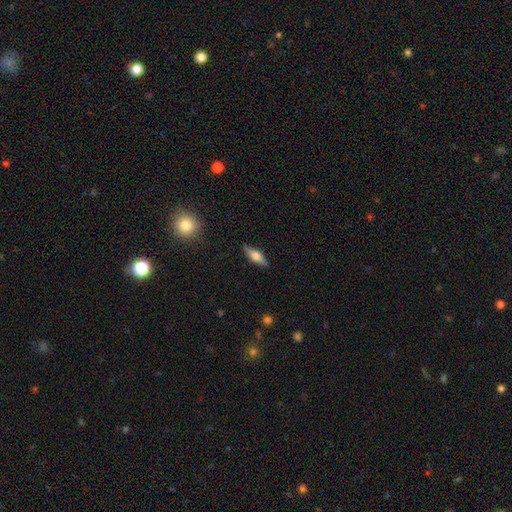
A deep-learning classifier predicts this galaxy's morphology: Overall: smooth (54%; featured or disk 39%). How rounded: in between (52%; cigar-shaped 45%). Merging: none (87%).